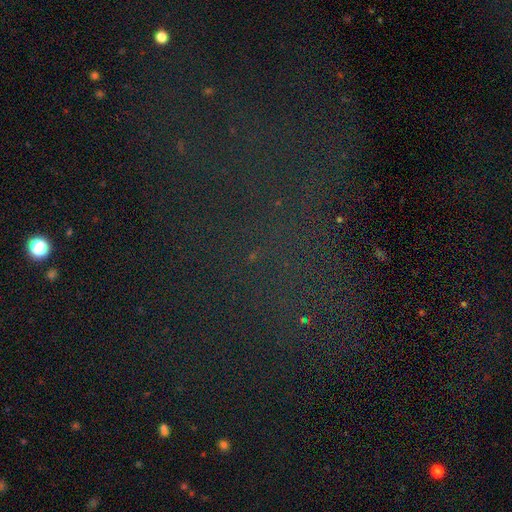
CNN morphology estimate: Smooth or featured? Predicted: star or artifact (p=0.73).